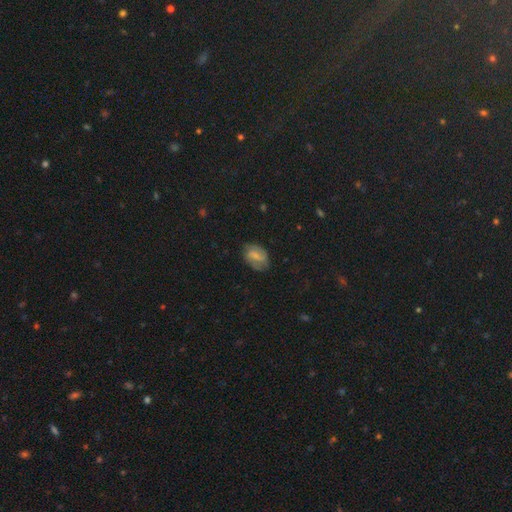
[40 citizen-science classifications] Smooth or featured? 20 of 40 (50%) said featured or disk. Edge-on disk? 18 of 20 (90%) said no. Bar? 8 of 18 (44%) said weak. Spiral arms? 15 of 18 (83%) said yes. Spiral winding? 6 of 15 (40%, tied with loose) said medium. Spiral arm count? 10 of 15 (67%) said 2. Bulge size? 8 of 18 (44%) said none. Merging? 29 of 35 (83%) said none.